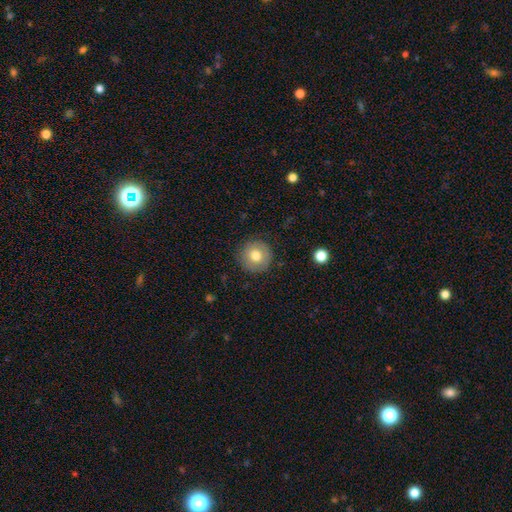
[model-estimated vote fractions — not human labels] smooth-or-featured: smooth: 76% | featured or disk: 15% | star or artifact: 9%
  how-rounded: round: 95% | in between: 4% | cigar-shaped: 1%
  merging: none: 87% | minor disturbance: 9% | major disturbance: 3% | merger: 1%